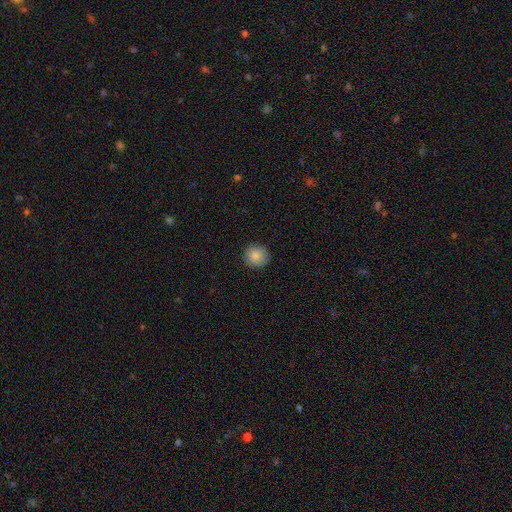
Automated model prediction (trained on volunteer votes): Overall: smooth (86%). How rounded: round (92%). Merging: none (89%).